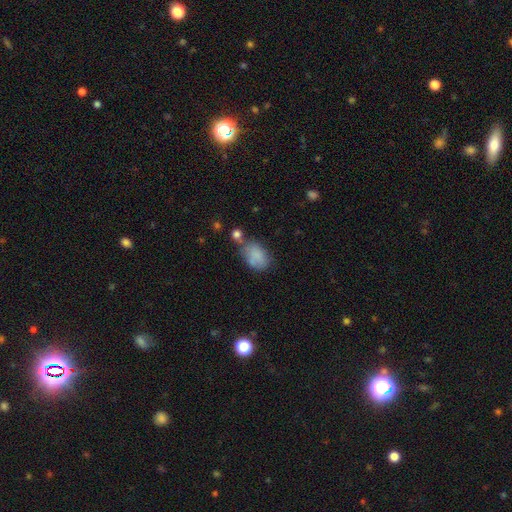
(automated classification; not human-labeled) Smooth or featured? smooth (79%)
How rounded? in between (82%)
Merging? none (44%)